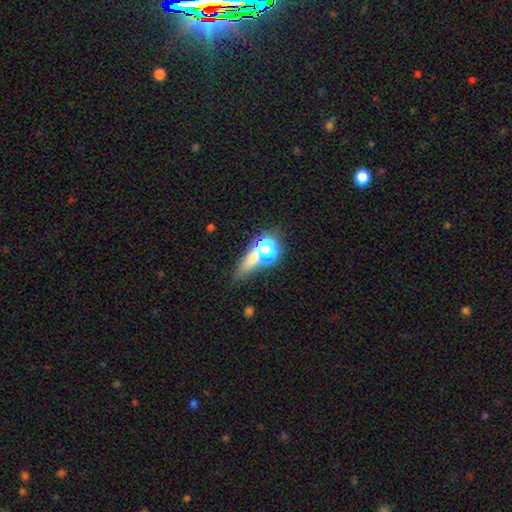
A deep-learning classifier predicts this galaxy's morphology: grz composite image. It shows a smooth galaxy with no disk features (62%) that is round (42%). Merging: none (39%).